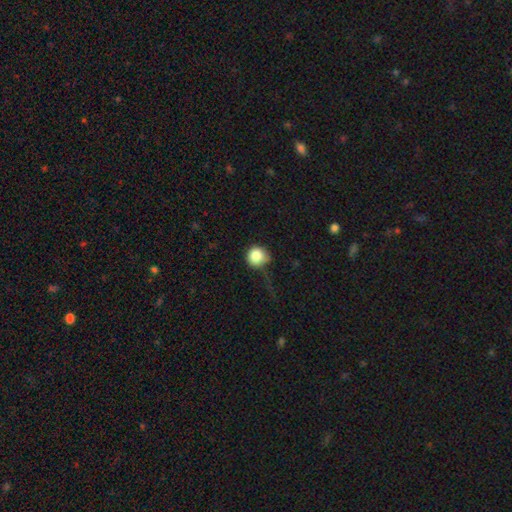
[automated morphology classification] Overall: smooth (84%). How rounded: round (91%). Merging: none (52%; minor disturbance 29%).